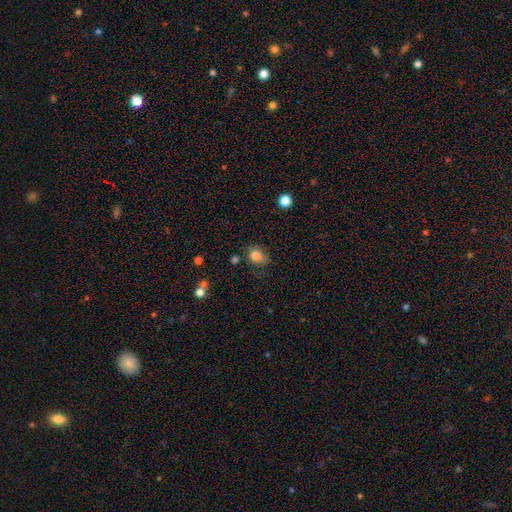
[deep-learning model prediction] Morphology: type=smooth (83%); roundness=in between (60%); merging=none (60%).